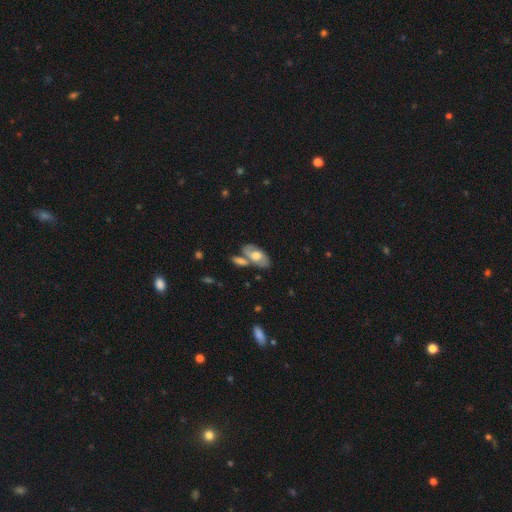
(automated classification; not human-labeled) The model was most divided on "smooth or featured": featured or disk: 48%, smooth: 46%, star or artifact: 6%. More confident: merging — none (53%).